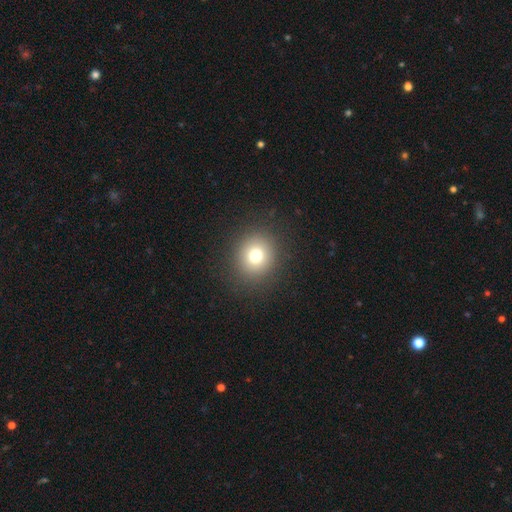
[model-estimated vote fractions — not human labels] This appears to be a smooth galaxy with no disk features (76%) that is round (85%). Merging: none (90%).